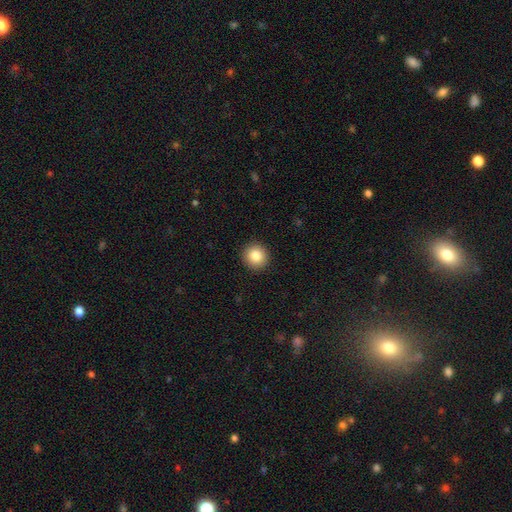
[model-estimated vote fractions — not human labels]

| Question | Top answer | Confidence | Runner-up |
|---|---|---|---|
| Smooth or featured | smooth | 85% | star or artifact (9%) |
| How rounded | round | 93% | in between (6%) |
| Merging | none | 93% | minor disturbance (5%) |